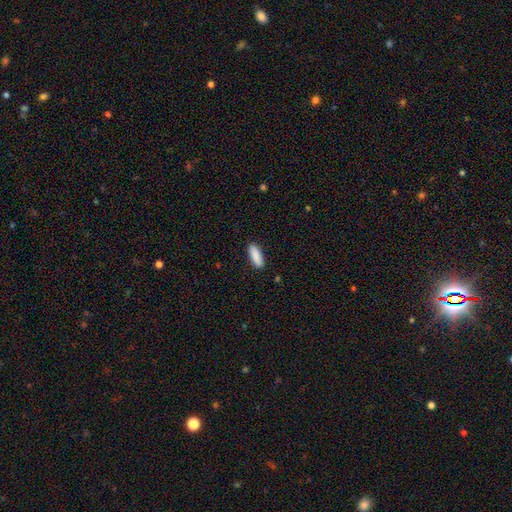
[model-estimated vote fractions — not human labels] smooth_or_featured: smooth (p=0.90) [alt: star or artifact p=0.06]
how_rounded: in between (p=0.60) [alt: cigar-shaped p=0.39]
merging: none (p=0.89) [alt: minor disturbance p=0.08]